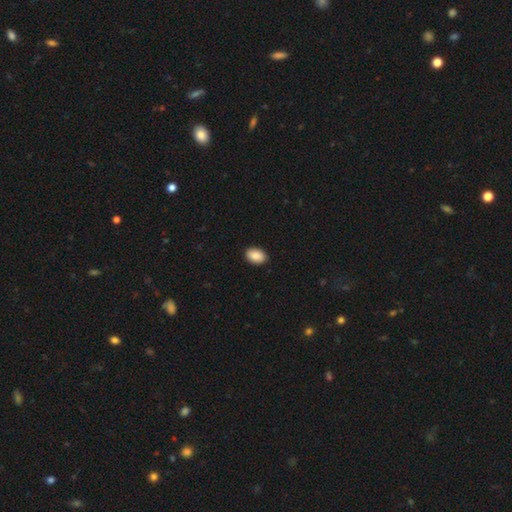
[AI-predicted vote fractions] A smooth galaxy with no disk features (89%) that is in between round and cigar-shaped (87%). Merging: none (90%).